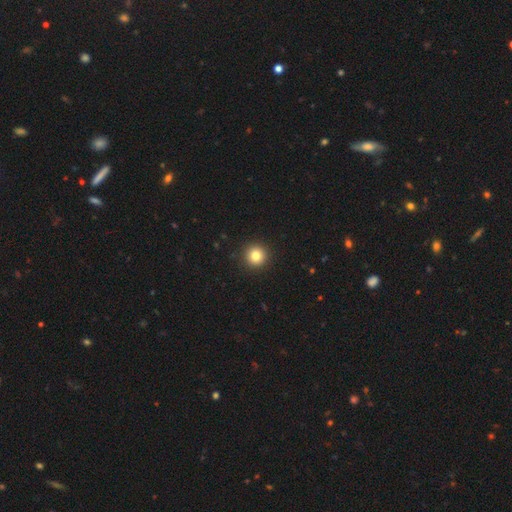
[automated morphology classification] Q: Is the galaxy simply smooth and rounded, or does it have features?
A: smooth — 82%.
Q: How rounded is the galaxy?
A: round — 96%.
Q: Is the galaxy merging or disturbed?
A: none — 93%.